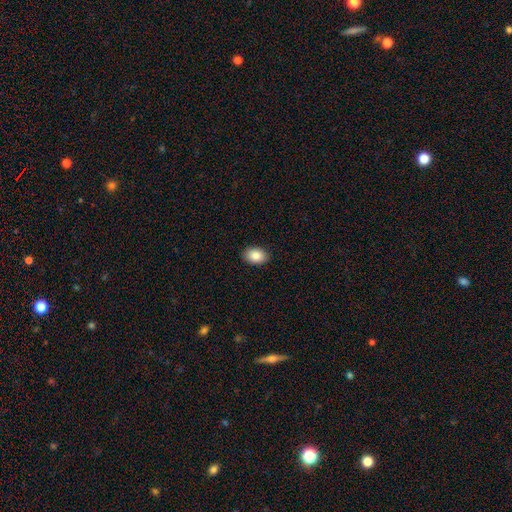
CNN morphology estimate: Smooth or featured? Predicted: smooth (p=0.87). How rounded? Predicted: in between (p=0.83). Merging? Predicted: none (p=0.90).